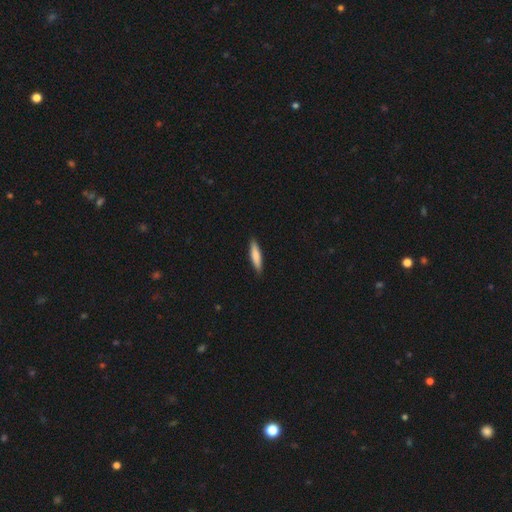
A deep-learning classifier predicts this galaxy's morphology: This is likely a smooth galaxy (79%). How rounded: clearly cigar-shaped (82%). Merging: clearly none (89%).